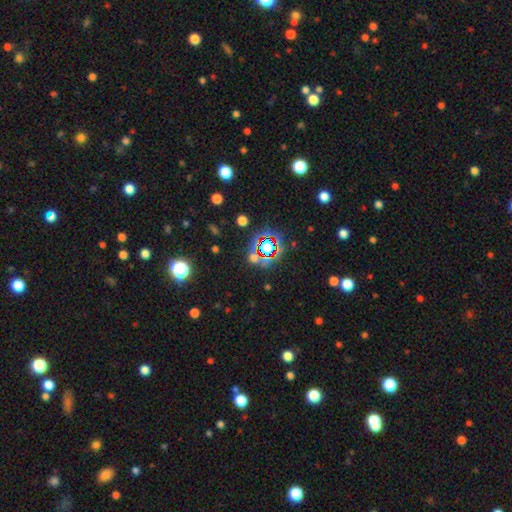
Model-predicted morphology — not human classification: This is likely a star or artifact rather than a galaxy (72%).